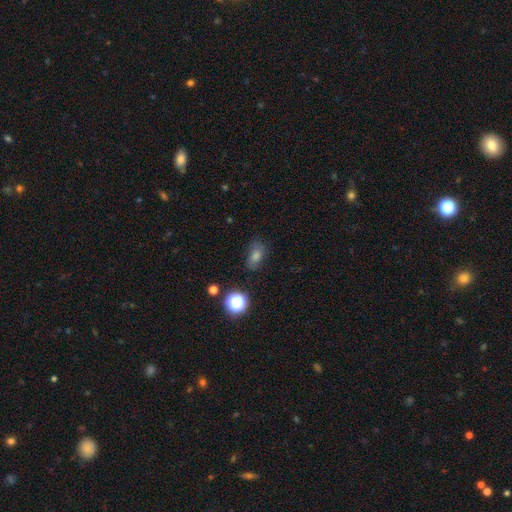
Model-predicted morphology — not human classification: smooth-or-featured: smooth: 67% | star or artifact: 21% | featured or disk: 12%
  how-rounded: in between: 78% | round: 19% | cigar-shaped: 3%
  merging: none: 74% | minor disturbance: 19% | major disturbance: 5% | merger: 2%